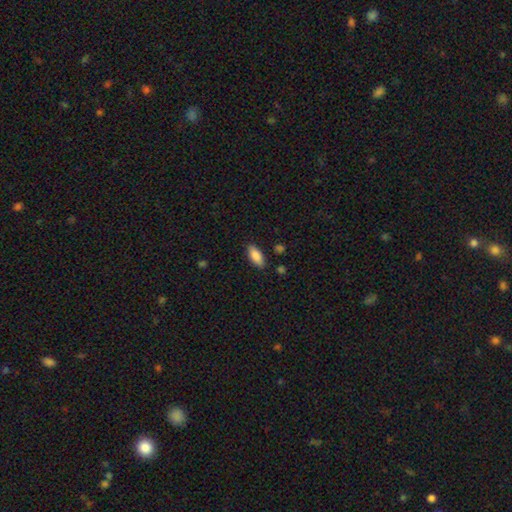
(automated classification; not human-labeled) smooth_or_featured: smooth (p=0.85) [alt: featured or disk p=0.08]
how_rounded: in between (p=0.83) [alt: cigar-shaped p=0.15]
merging: none (p=0.85) [alt: minor disturbance p=0.11]